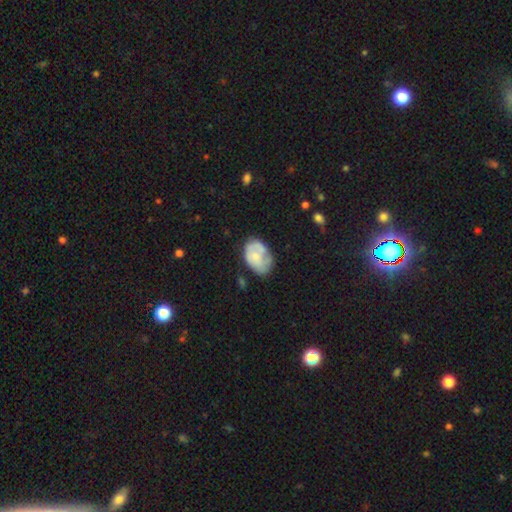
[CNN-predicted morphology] The model was most divided on "smooth or featured": smooth: 52%, featured or disk: 41%, star or artifact: 7%. Remaining: how rounded — in between (79%); merging — none (48%).